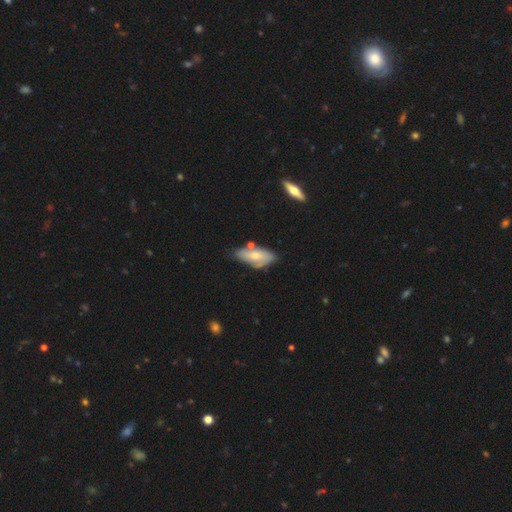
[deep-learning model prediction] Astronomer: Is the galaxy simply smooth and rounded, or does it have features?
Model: smooth — 57% (runner-up: featured or disk, 37%).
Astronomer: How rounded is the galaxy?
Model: in between — 85%.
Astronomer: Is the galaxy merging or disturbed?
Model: none — 57%.